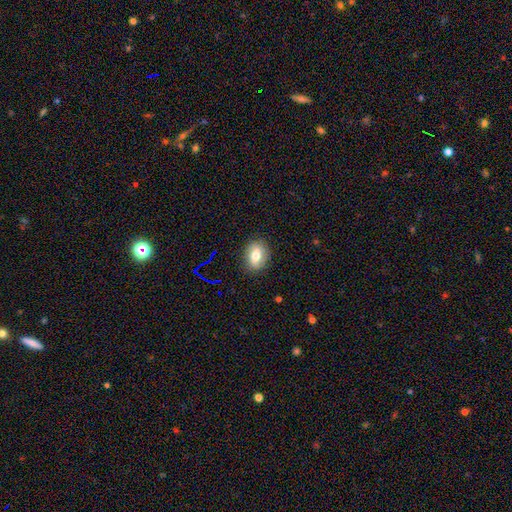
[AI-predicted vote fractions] This is likely a smooth galaxy (70%). How rounded: likely in between (71%). Merging: clearly none (84%).